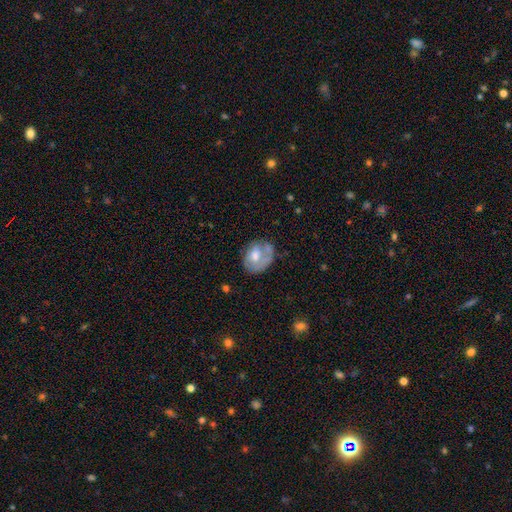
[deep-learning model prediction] This appears to be a featured or disk galaxy (49%). Merging: none (47%).